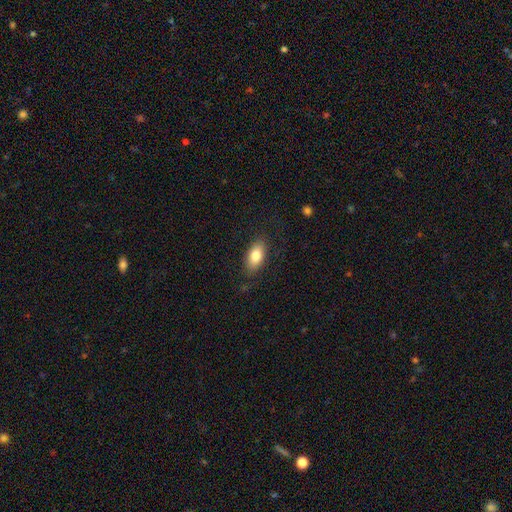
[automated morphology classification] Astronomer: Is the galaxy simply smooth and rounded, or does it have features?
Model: smooth — 81%.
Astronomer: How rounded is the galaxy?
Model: in between — 90%.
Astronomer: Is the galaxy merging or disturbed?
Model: none — 83%.